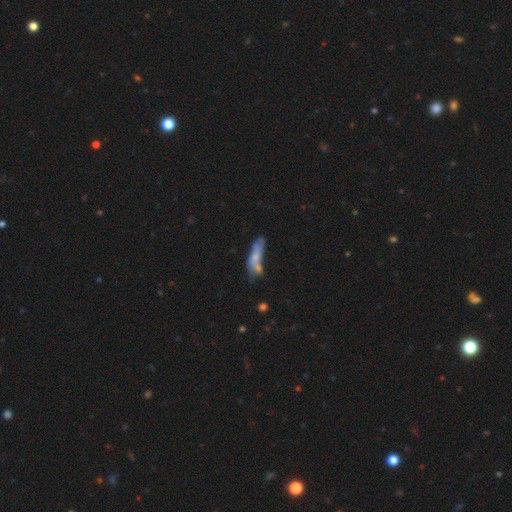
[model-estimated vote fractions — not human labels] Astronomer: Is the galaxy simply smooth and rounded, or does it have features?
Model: smooth — 52% (runner-up: featured or disk, 37%).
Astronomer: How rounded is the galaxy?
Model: cigar-shaped — 59% (runner-up: in between, 38%).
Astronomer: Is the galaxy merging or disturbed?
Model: none — 36% (runner-up: merger, 28%).